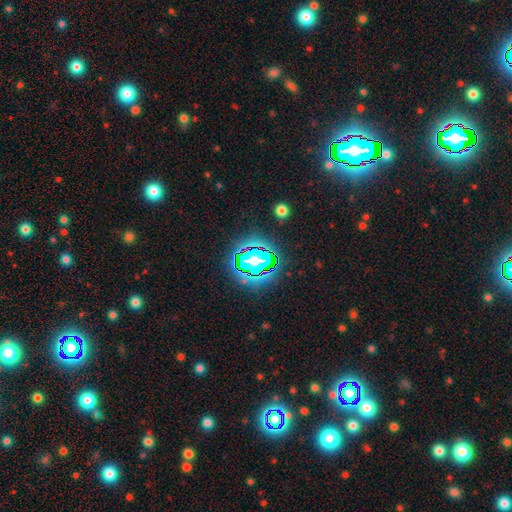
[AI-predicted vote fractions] Smooth or featured? star or artifact (82%)